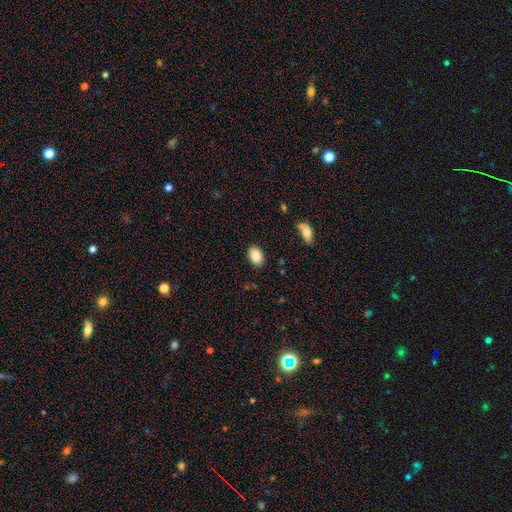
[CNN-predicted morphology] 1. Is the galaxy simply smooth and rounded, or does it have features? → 87% smooth, 7% star or artifact, 5% featured or disk.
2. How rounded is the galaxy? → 88% in between, 11% round, 1% cigar-shaped.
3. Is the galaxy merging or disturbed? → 87% none, 9% minor disturbance, 2% major disturbance, 2% merger.